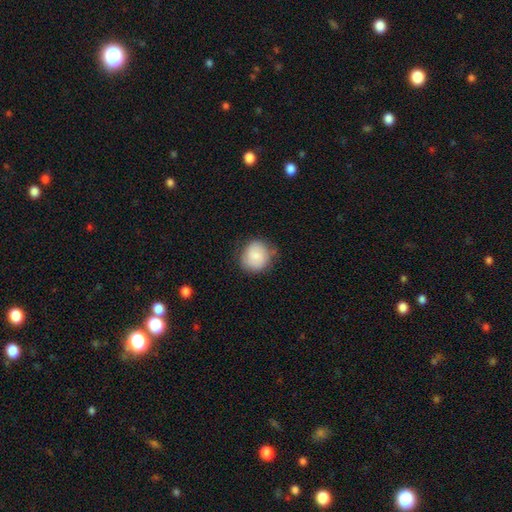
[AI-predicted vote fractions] This appears to be a smooth galaxy with no disk features (81%) that is round (83%). Merging: none (74%).